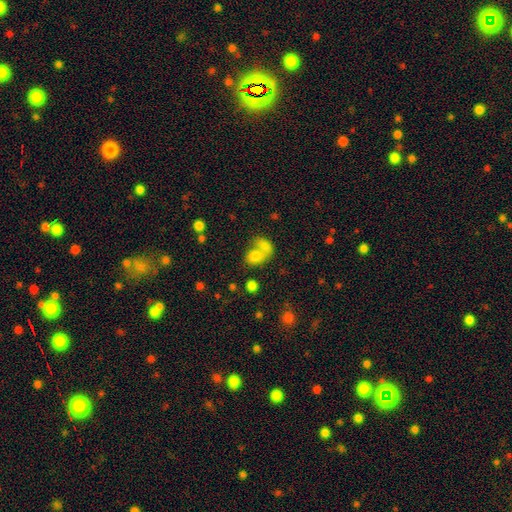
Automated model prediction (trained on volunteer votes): This is likely a smooth galaxy (73%). How rounded: likely in between (64%). Merging: likely merger (65%).